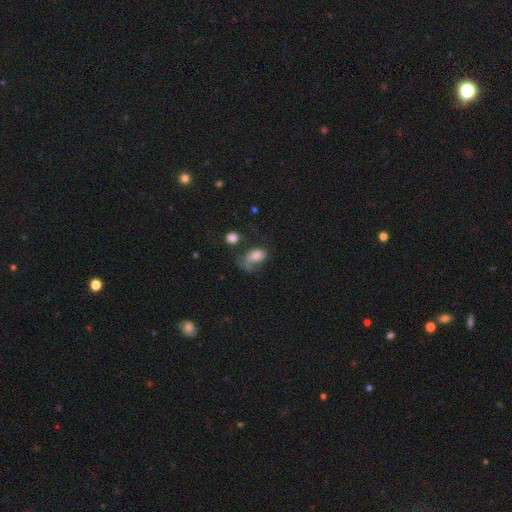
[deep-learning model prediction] Q: Smooth or featured?
A: smooth (65%); runner-up: featured or disk (25%)
Q: How rounded?
A: in between (80%); runner-up: round (18%)
Q: Merging?
A: major disturbance (42%); runner-up: none (25%)